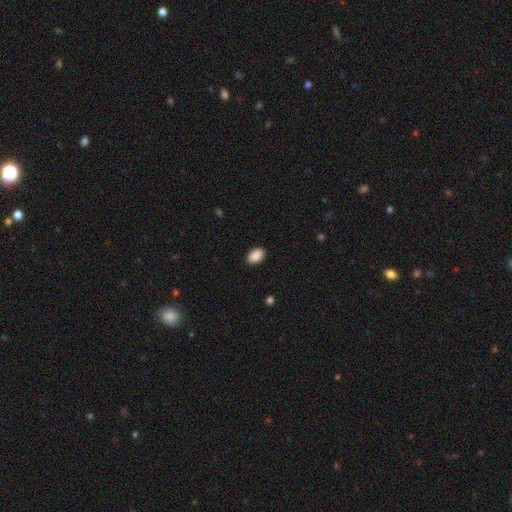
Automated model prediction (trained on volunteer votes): smooth 90%, star or artifact 7%, featured or disk 3%. Down the decision tree: how rounded — in between (87%); merging — none (89%).